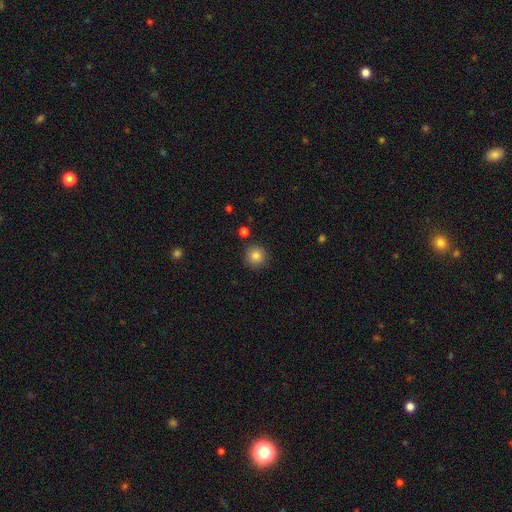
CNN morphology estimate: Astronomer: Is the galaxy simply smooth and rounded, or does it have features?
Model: smooth — 84%.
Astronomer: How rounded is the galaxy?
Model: round — 94%.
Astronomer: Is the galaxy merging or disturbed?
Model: none — 88%.